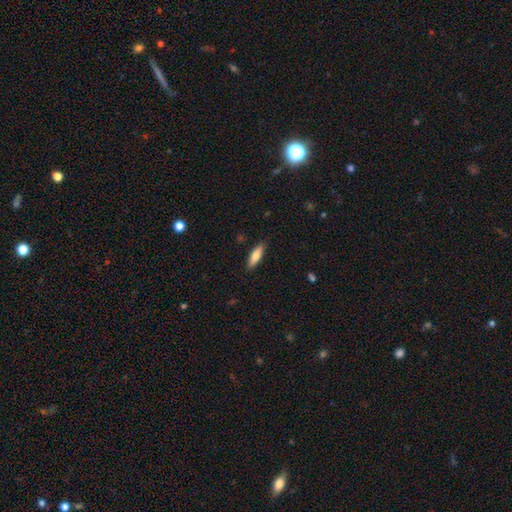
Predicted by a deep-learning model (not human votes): A smooth galaxy with no disk features (71%) that is cigar-shaped (55%).

Vote fractions:
- Smooth or featured? smooth: 71% / featured or disk: 23% / star or artifact: 6%
- How rounded? cigar-shaped: 55% / in between: 43% / round: 2%
- Merging? none: 88% / minor disturbance: 9% / major disturbance: 2% / merger: 1%